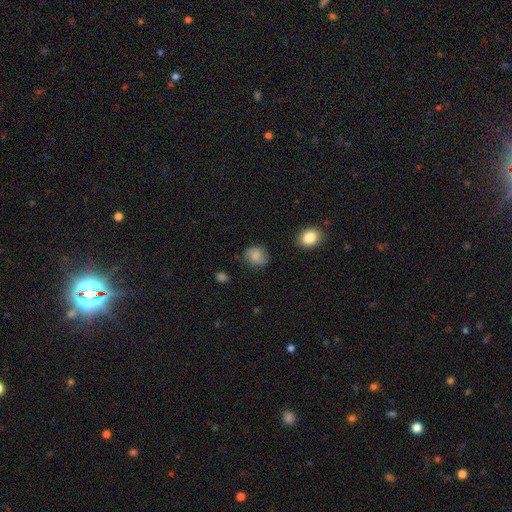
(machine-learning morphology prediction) smooth_or_featured: smooth (p=0.72) [alt: featured or disk p=0.18]
how_rounded: round (p=0.77) [alt: in between p=0.22]
merging: none (p=0.76) [alt: minor disturbance p=0.18]